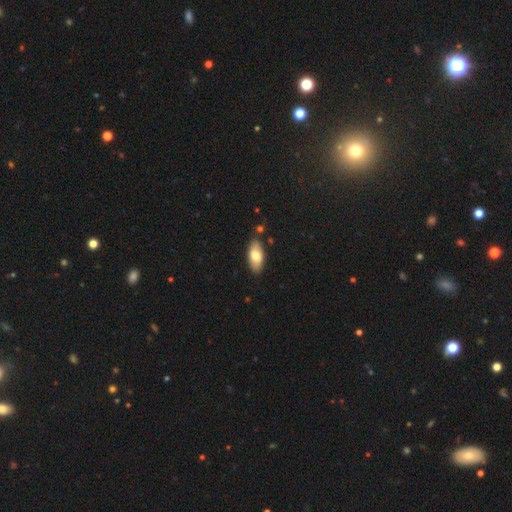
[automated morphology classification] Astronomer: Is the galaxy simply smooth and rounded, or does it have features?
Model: smooth — 72%.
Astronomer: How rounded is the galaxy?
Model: in between — 89%.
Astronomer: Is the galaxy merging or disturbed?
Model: none — 83%.